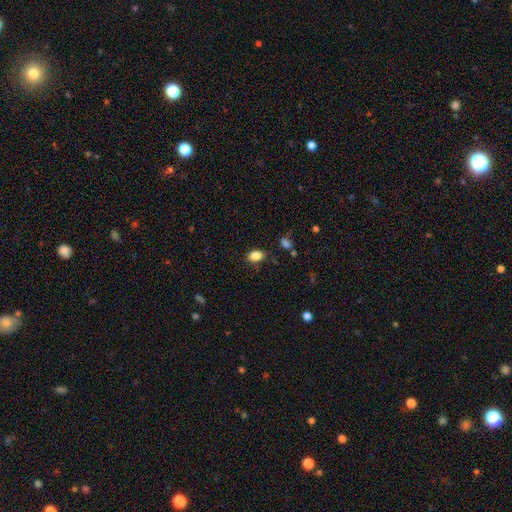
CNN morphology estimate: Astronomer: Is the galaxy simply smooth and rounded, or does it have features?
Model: smooth — 85%.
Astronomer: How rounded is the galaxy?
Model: in between — 79%.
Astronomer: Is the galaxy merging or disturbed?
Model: none — 82%.